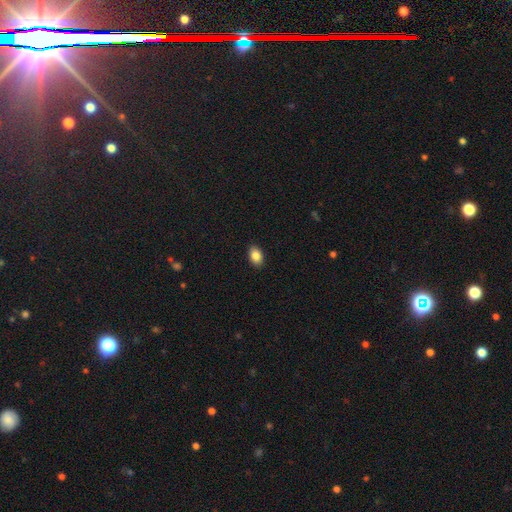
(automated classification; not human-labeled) Smooth or featured? smooth (86%)
How rounded? in between (85%)
Merging? none (90%)